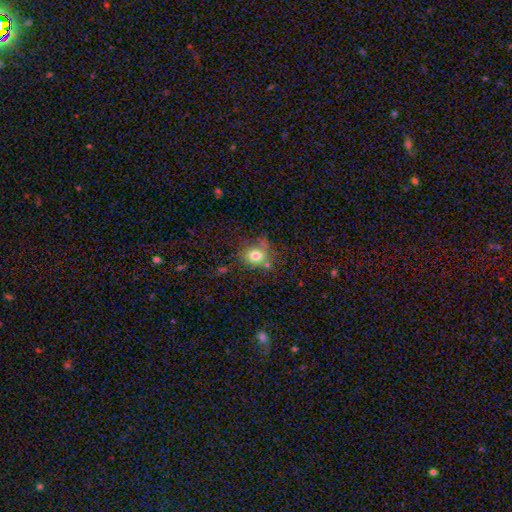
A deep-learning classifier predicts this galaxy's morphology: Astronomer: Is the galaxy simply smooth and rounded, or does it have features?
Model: smooth — 78%.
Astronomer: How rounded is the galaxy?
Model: round — 68%.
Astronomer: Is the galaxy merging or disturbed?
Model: none — 65%.